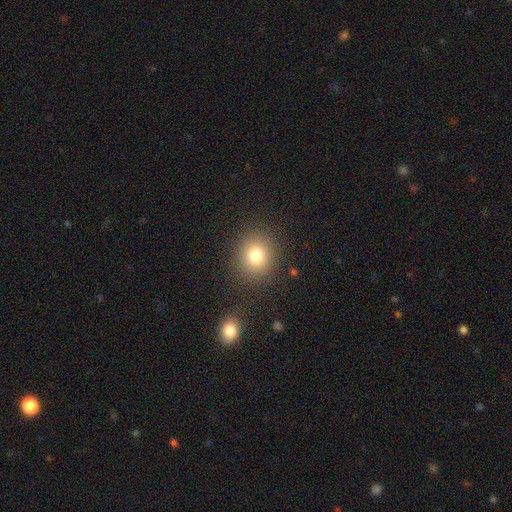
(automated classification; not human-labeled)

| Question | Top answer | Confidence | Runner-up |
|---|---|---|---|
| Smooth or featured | smooth | 79% | star or artifact (13%) |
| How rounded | round | 75% | in between (24%) |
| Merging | none | 86% | minor disturbance (8%) |